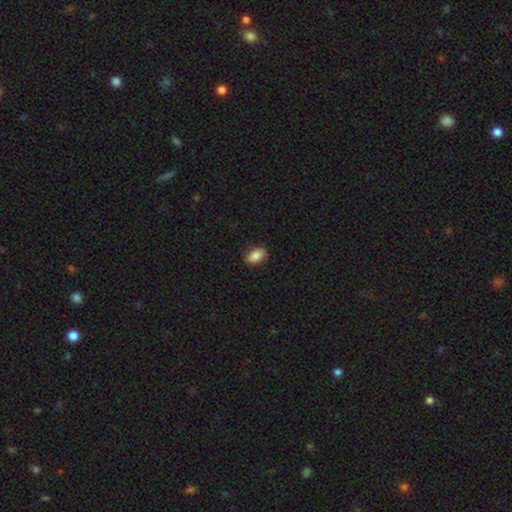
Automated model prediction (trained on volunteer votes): Smooth or featured? Predicted: smooth (p=0.86). How rounded? Predicted: in between (p=0.89). Merging? Predicted: none (p=0.85).